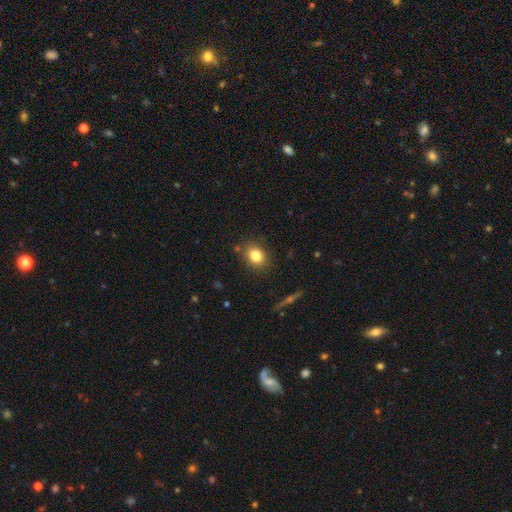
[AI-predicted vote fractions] Smooth or featured: smooth — 81% (star or artifact — 11%)
How rounded: round — 49% (tied with in between — 49%)
Merging: none — 86% (minor disturbance — 10%)